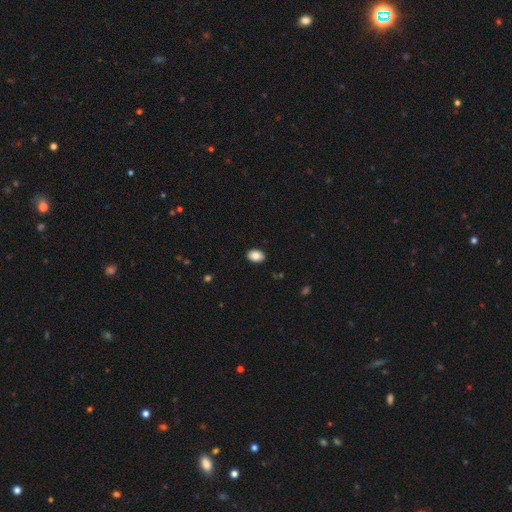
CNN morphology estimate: This is clearly a smooth galaxy (86%). How rounded: clearly in between (83%). Merging: clearly none (90%).